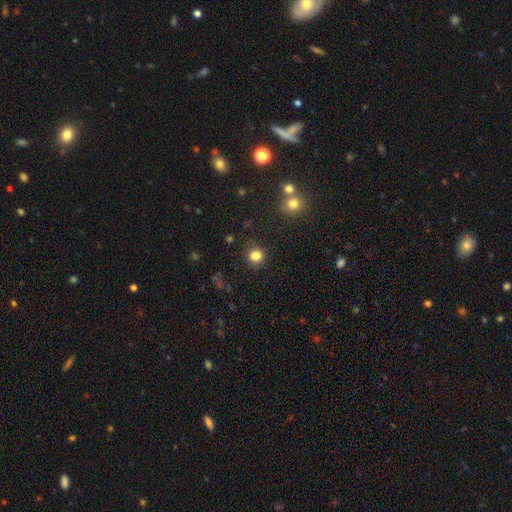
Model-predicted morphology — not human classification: A smooth galaxy with no disk features (83%) that is round (84%).

Vote fractions:
- Smooth or featured? smooth: 83% / star or artifact: 12% / featured or disk: 5%
- How rounded? round: 84% / in between: 16% / cigar-shaped: 1%
- Merging? none: 84% / minor disturbance: 10% / major disturbance: 3% / merger: 2%